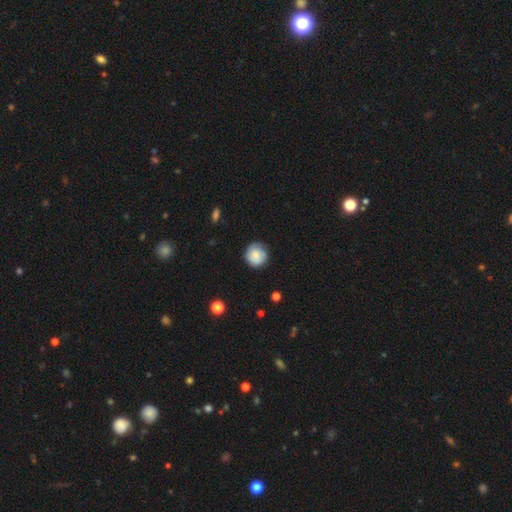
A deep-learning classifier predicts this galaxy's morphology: Smooth or featured?
  - smooth: 74% *
  - featured or disk: 19%
  - star or artifact: 7%
How rounded?
  - round: 92% *
  - in between: 7%
  - cigar-shaped: 1%
Merging?
  - none: 78% *
  - minor disturbance: 17%
  - major disturbance: 4%
  - merger: 1%